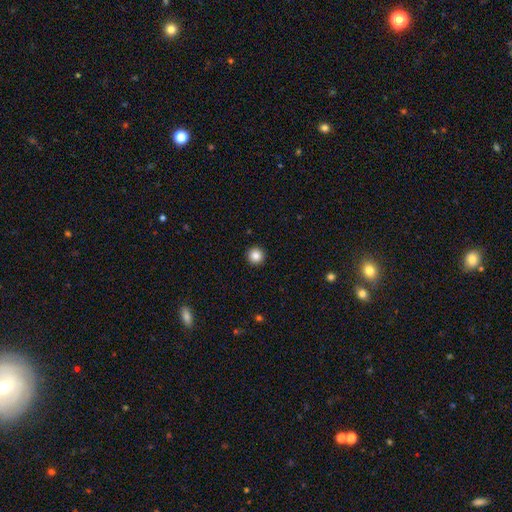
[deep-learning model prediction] smooth-or-featured: smooth: 86% | star or artifact: 10% | featured or disk: 5%
  how-rounded: round: 96% | in between: 3% | cigar-shaped: 1%
  merging: none: 94% | minor disturbance: 4% | major disturbance: 1% | merger: 1%